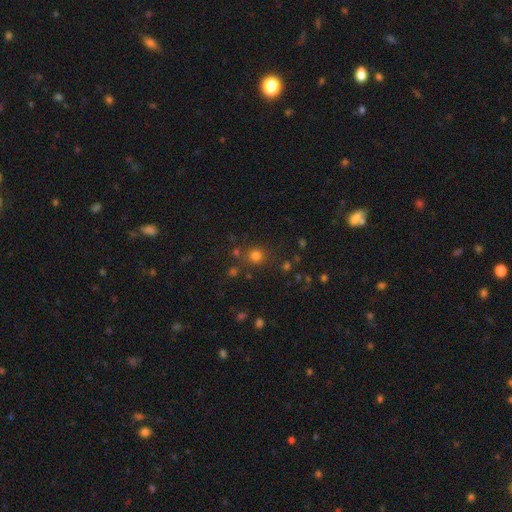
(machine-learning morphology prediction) A smooth galaxy with no disk features (76%) that is round (90%).

Vote fractions:
- Smooth or featured? smooth: 76% / star or artifact: 19% / featured or disk: 6%
- How rounded? round: 90% / in between: 9% / cigar-shaped: 1%
- Merging? none: 79% / minor disturbance: 9% / merger: 7% / major disturbance: 5%